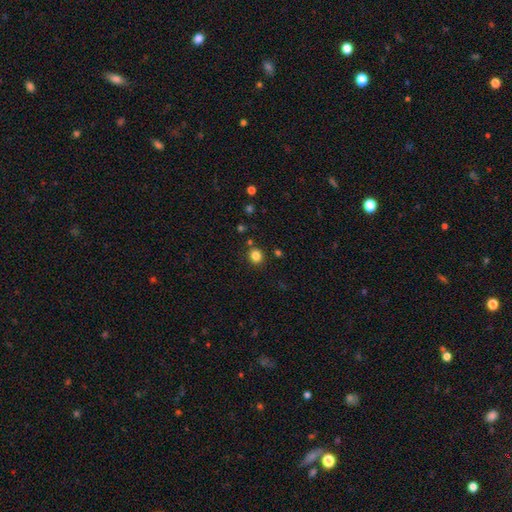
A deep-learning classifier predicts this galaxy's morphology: Overall: smooth (83%). How rounded: round (83%). Merging: none (86%).